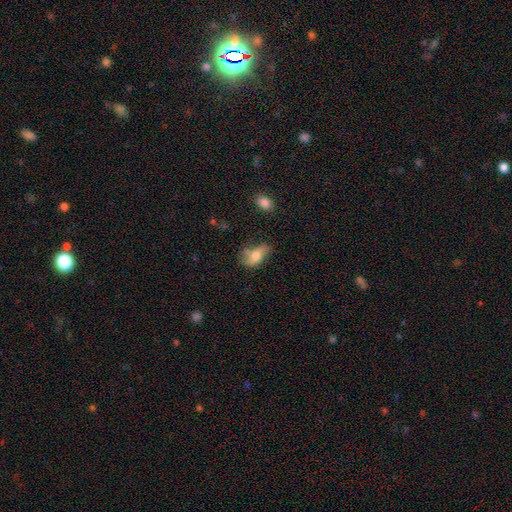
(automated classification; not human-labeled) Overall: smooth (61%; featured or disk 30%). How rounded: in between (86%). Merging: none (44%; minor disturbance 31%).